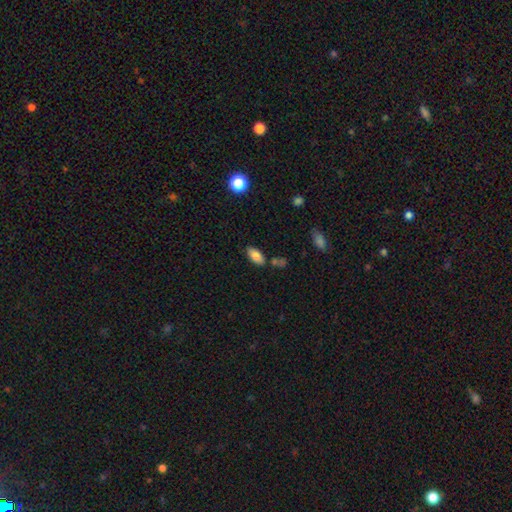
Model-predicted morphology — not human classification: Overall: smooth (82%). How rounded: in between (90%). Merging: none (75%).